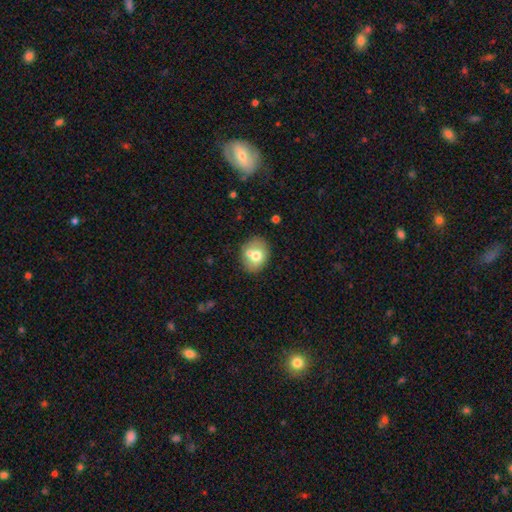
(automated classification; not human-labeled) Smooth or featured? Predicted: smooth (p=0.69). How rounded? Predicted: round (p=0.51). Merging? Predicted: none (p=0.64).